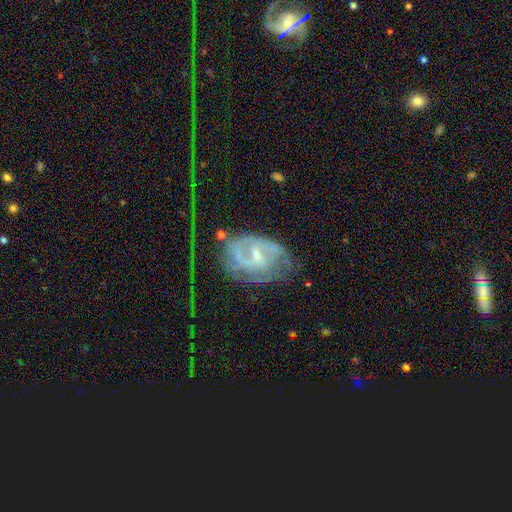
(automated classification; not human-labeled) Q: Smooth or featured?
A: featured or disk (82%); runner-up: smooth (11%)
Q: Edge-on disk?
A: no (97%); runner-up: yes (3%)
Q: Bar?
A: weak (52%); runner-up: no (30%)
Q: Spiral arms?
A: yes (90%); runner-up: no (10%)
Q: Spiral winding?
A: medium (39%); tied with: tight (39%)
Q: Spiral arm count?
A: 2 (41%); runner-up: can't tell (31%)
Q: Bulge size?
A: small (64%); runner-up: moderate (30%)
Q: Merging?
A: none (39%); runner-up: major disturbance (37%)